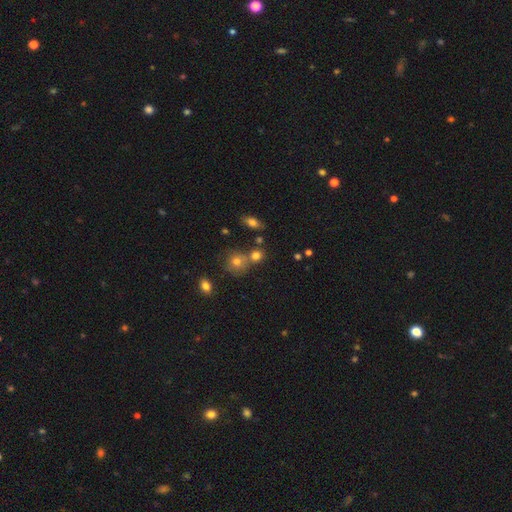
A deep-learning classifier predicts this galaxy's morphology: Smooth or featured? smooth (75%)
How rounded? round (79%)
Merging? none (60%)